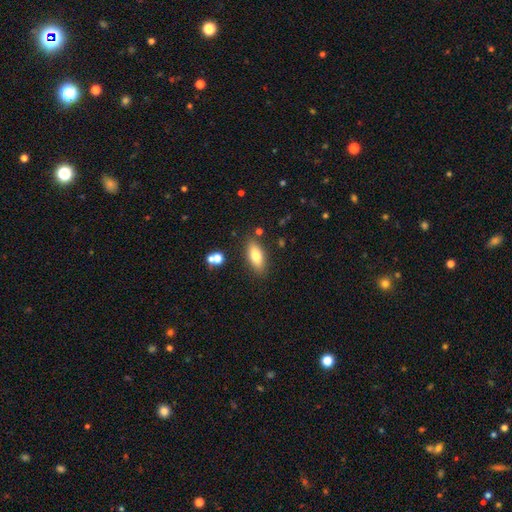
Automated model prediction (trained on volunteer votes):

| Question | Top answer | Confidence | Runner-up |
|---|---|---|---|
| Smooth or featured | smooth | 76% | featured or disk (17%) |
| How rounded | in between | 78% | cigar-shaped (19%) |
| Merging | none | 83% | minor disturbance (11%) |